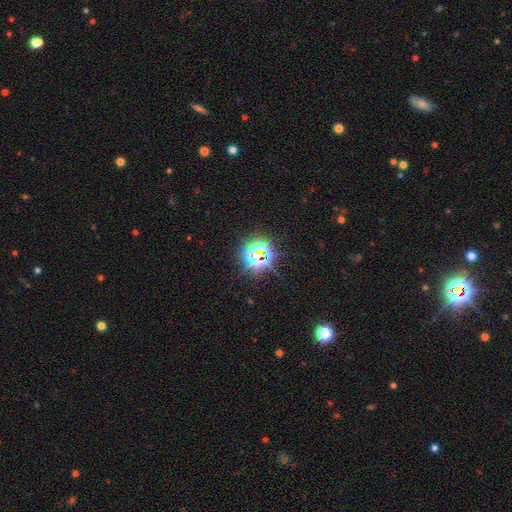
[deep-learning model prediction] smooth_or_featured: star or artifact (p=0.79) [alt: smooth p=0.12]